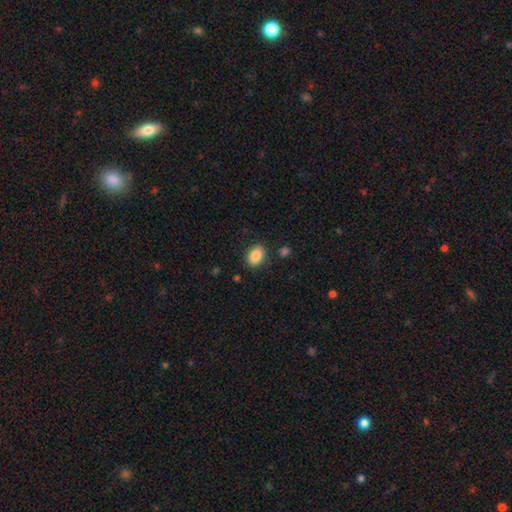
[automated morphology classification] Smooth or featured?
  - smooth: 87% *
  - star or artifact: 8%
  - featured or disk: 5%
How rounded?
  - in between: 83% *
  - round: 16%
  - cigar-shaped: 1%
Merging?
  - none: 86% *
  - minor disturbance: 10%
  - major disturbance: 3%
  - merger: 2%